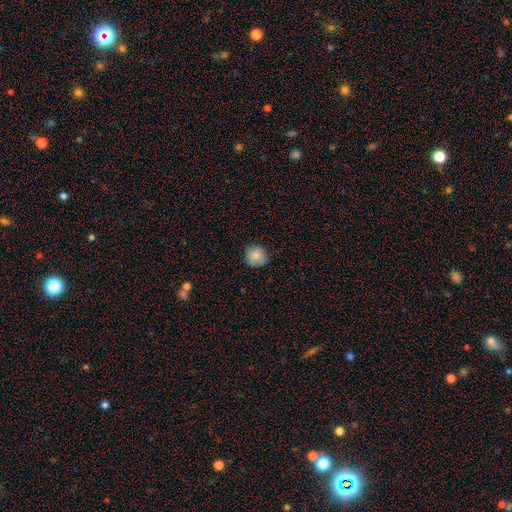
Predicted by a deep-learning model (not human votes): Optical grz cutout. It shows a smooth galaxy with no disk features (84%) that is round (91%). Merging: none (82%).